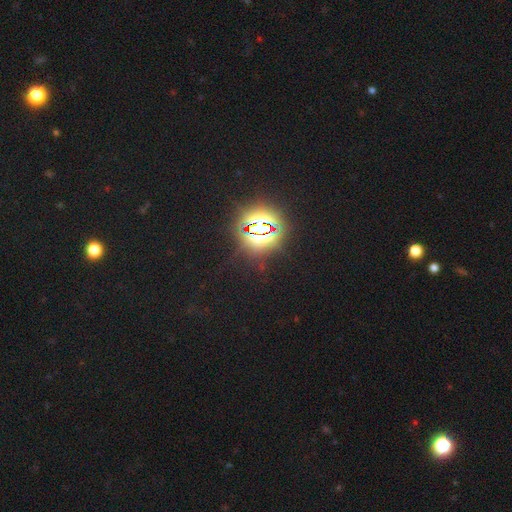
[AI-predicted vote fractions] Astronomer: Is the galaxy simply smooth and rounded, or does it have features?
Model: star or artifact — 82%.